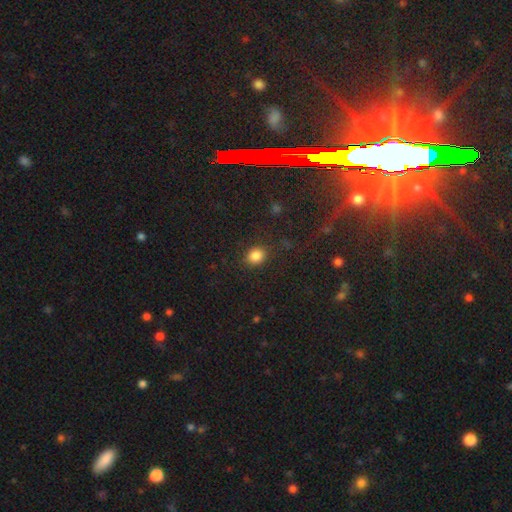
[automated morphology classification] type=smooth (85%); roundness=round (61%); merging=none (83%).